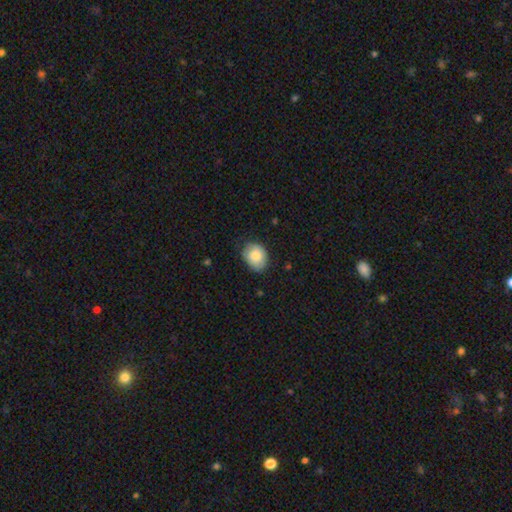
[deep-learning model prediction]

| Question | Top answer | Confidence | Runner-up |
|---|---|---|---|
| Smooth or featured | smooth | 84% | featured or disk (9%) |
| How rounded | in between | 52% | round (47%) |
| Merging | none | 72% | minor disturbance (23%) |